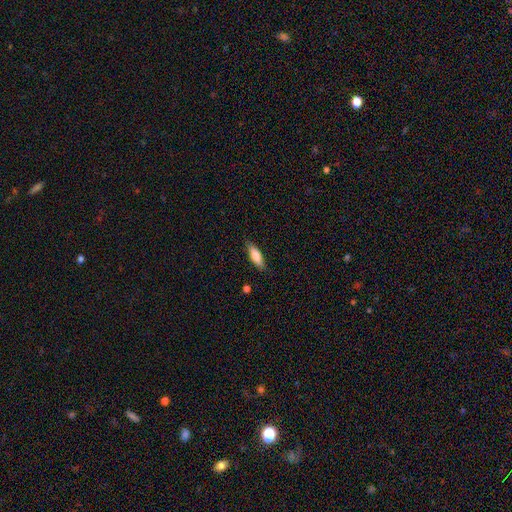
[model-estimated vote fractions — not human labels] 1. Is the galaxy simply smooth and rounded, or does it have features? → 77% smooth, 17% featured or disk, 6% star or artifact.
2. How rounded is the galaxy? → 55% in between, 43% cigar-shaped, 2% round.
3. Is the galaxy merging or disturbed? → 82% none, 14% minor disturbance, 3% major disturbance, 1% merger.